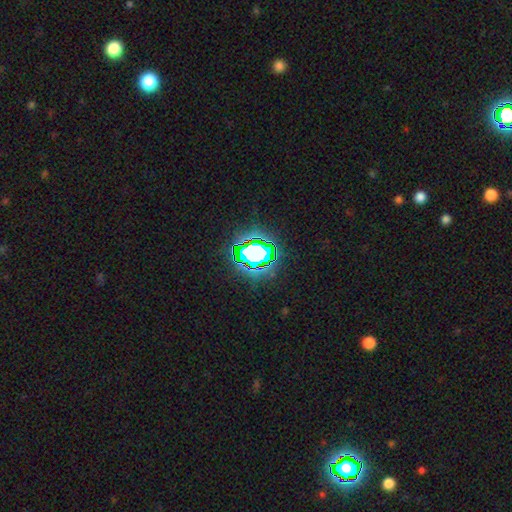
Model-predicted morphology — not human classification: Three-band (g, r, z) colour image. It shows a star or artifact, not a galaxy (74%).